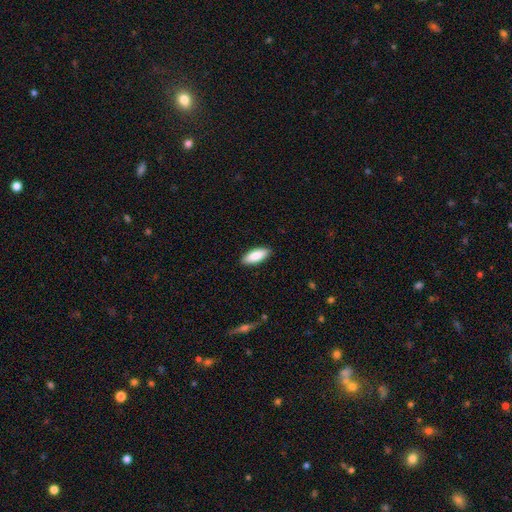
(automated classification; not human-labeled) A smooth galaxy with no disk features (88%) that is in between round and cigar-shaped (77%). Merging: none (89%).